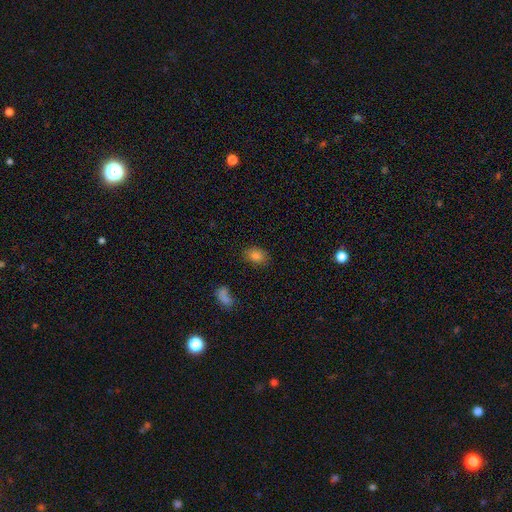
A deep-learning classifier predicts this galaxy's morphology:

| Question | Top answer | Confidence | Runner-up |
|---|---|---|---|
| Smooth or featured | smooth | 82% | star or artifact (11%) |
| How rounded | in between | 73% | round (25%) |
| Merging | none | 81% | minor disturbance (13%) |